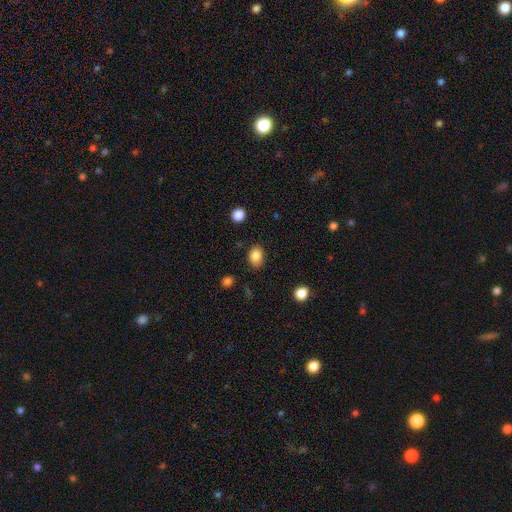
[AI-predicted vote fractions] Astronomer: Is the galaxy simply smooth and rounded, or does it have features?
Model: smooth — 85%.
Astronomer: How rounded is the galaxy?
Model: in between — 64%.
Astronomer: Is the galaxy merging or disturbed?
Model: none — 82%.